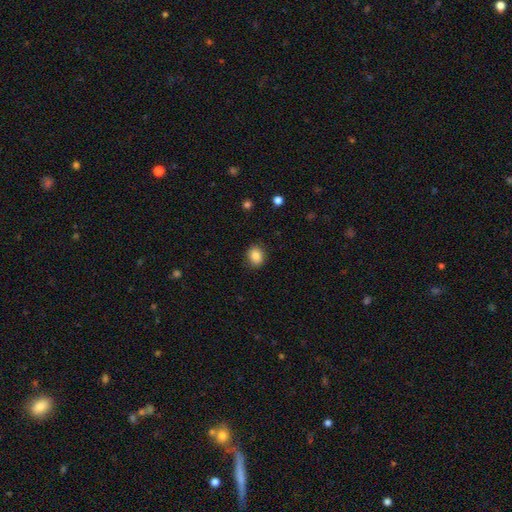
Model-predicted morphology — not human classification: type=smooth (85%); roundness=round (60%); merging=none (87%).